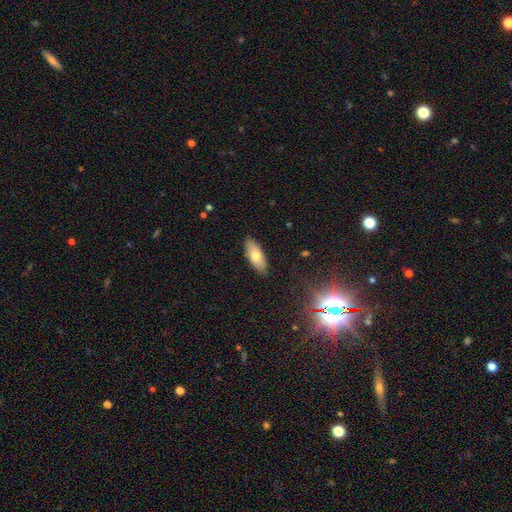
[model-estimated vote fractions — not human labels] smooth 72%, featured or disk 21%, star or artifact 7%. Down the decision tree: how rounded — in between (79%); merging — none (88%).